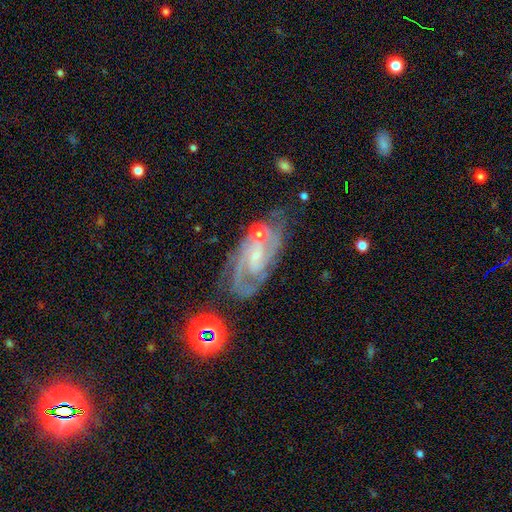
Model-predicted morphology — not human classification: featured or disk 83%, star or artifact 9%, smooth 8%. Down the decision tree: edge-on disk — no (95%); bar — no (47%); spiral arms — yes (95%); spiral arm count — 2 (47%); spiral winding — tight (52%); bulge size — small (69%); merging — none (62%).